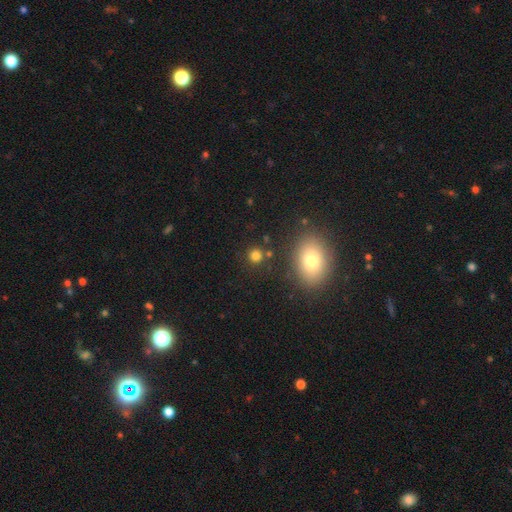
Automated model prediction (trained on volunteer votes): The model was most divided on "smooth or featured": smooth: 79%, star or artifact: 15%, featured or disk: 6%. More confident: how rounded — round (89%); merging — none (83%).